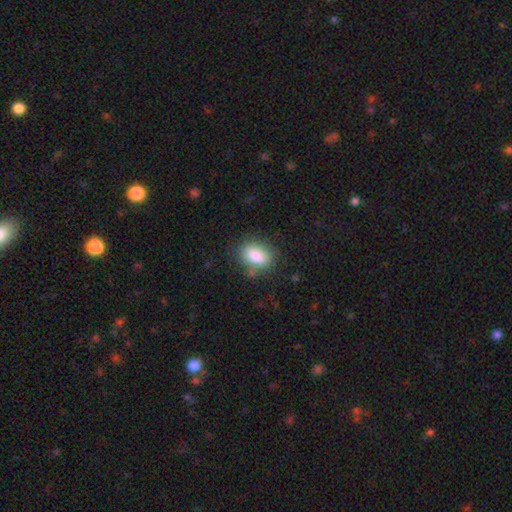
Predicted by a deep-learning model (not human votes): smooth_or_featured: smooth (p=0.84) [alt: featured or disk p=0.08]
how_rounded: in between (p=0.82) [alt: round p=0.15]
merging: none (p=0.76) [alt: minor disturbance p=0.16]